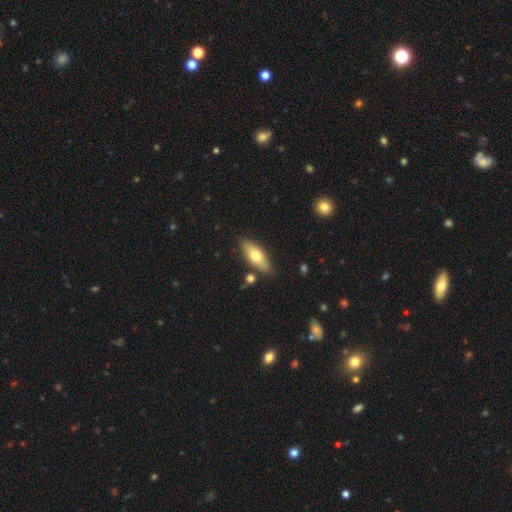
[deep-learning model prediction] This appears to be a smooth galaxy with no disk features (65%) that is in between round and cigar-shaped (72%). Merging: none (83%).